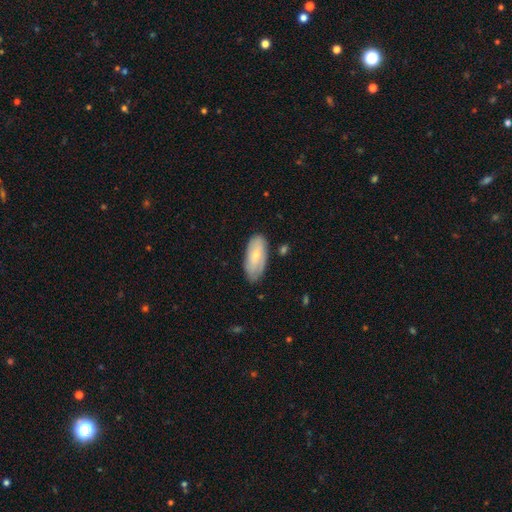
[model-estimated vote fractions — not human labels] A smooth galaxy with no disk features (59%) that is in between round and cigar-shaped (89%). Merging: none (75%).